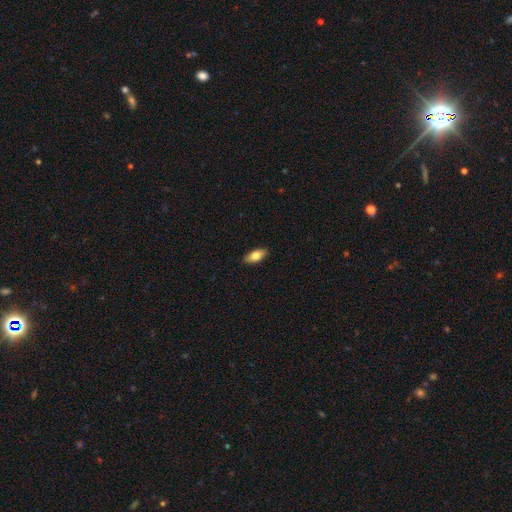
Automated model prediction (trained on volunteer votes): A smooth galaxy with no disk features (80%) that is in between round and cigar-shaped (87%).

Vote fractions:
- Smooth or featured? smooth: 80% / featured or disk: 14% / star or artifact: 6%
- How rounded? in between: 87% / cigar-shaped: 10% / round: 3%
- Merging? none: 90% / minor disturbance: 8% / major disturbance: 2% / merger: 1%